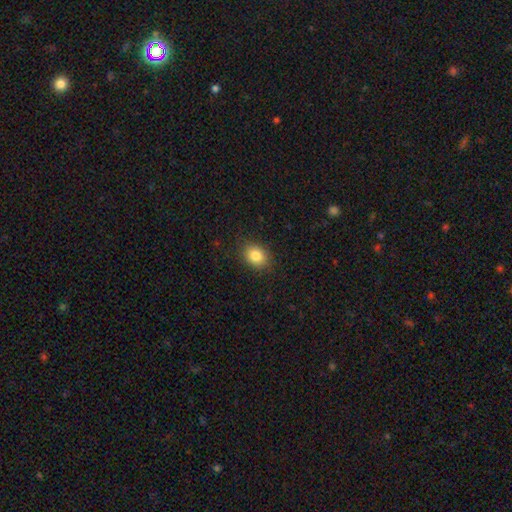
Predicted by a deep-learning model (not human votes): smooth_or_featured: smooth (p=0.84) [alt: star or artifact p=0.10]
how_rounded: in between (p=0.56) [alt: round p=0.43]
merging: none (p=0.87) [alt: minor disturbance p=0.10]